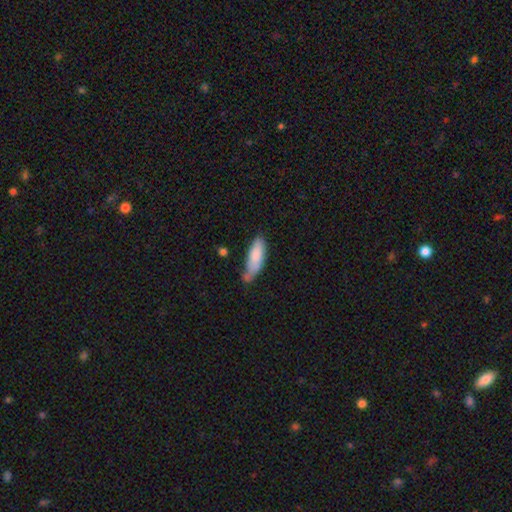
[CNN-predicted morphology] Smooth or featured?
  - smooth: 81% *
  - featured or disk: 13%
  - star or artifact: 6%
How rounded?
  - in between: 62% *
  - cigar-shaped: 36%
  - round: 2%
Merging?
  - none: 46% *
  - minor disturbance: 35%
  - merger: 10%
  - major disturbance: 9%